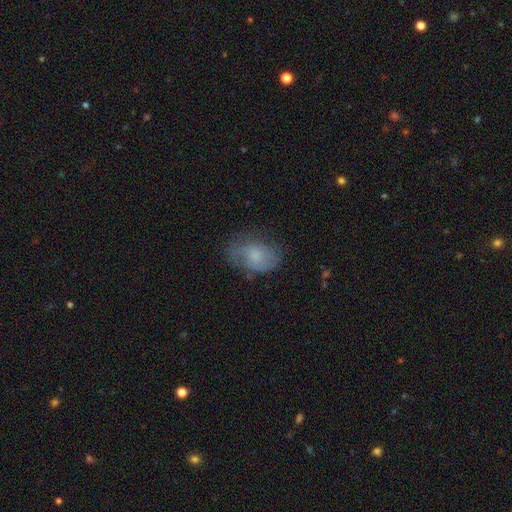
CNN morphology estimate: smooth_or_featured: smooth (p=0.59) [alt: featured or disk p=0.33]
how_rounded: in between (p=0.79) [alt: round p=0.20]
merging: none (p=0.57) [alt: minor disturbance p=0.28]